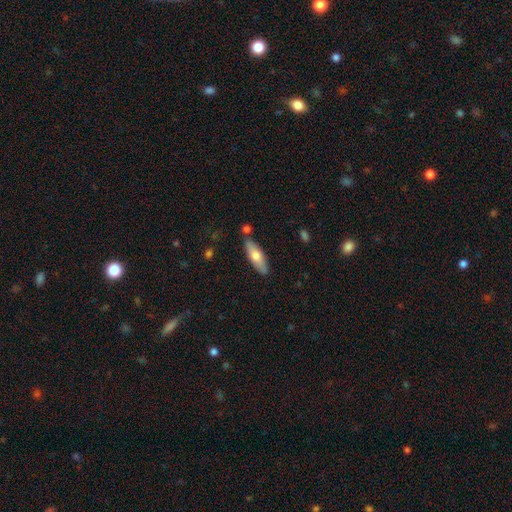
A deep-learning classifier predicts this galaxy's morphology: A smooth galaxy with no disk features (64%) that is in between round and cigar-shaped (54%).

Vote fractions:
- Smooth or featured? smooth: 64% / featured or disk: 30% / star or artifact: 6%
- How rounded? in between: 54% / cigar-shaped: 44% / round: 2%
- Merging? none: 81% / minor disturbance: 12% / merger: 5% / major disturbance: 2%